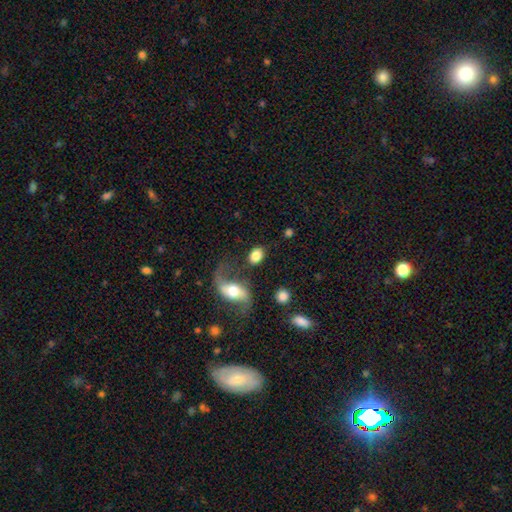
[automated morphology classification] smooth-or-featured: smooth: 78% | featured or disk: 15% | star or artifact: 8%
  how-rounded: in between: 78% | round: 21% | cigar-shaped: 2%
  merging: none: 68% | minor disturbance: 15% | major disturbance: 9% | merger: 9%